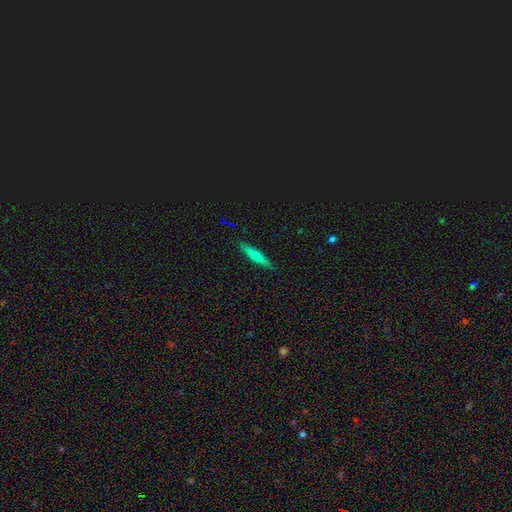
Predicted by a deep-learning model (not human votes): A smooth galaxy with no disk features (70%) that is cigar-shaped (89%). Merging: none (89%).